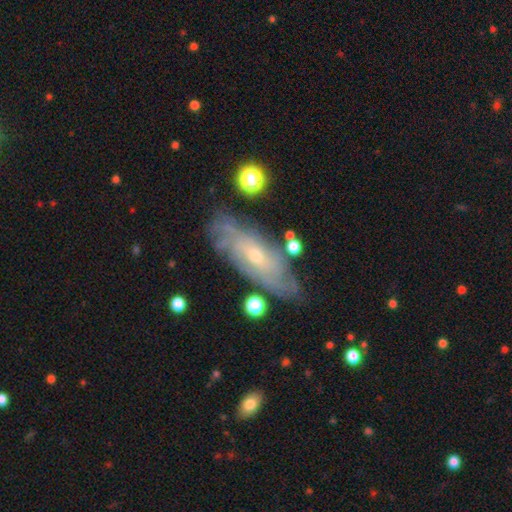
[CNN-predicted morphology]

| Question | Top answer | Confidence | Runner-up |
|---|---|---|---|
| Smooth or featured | featured or disk | 72% | smooth (20%) |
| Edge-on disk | no | 80% | yes (20%) |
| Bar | no | 74% | weak (22%) |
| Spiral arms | yes | 84% | no (16%) |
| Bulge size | small | 70% | moderate (27%) |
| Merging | none | 76% | minor disturbance (16%) |